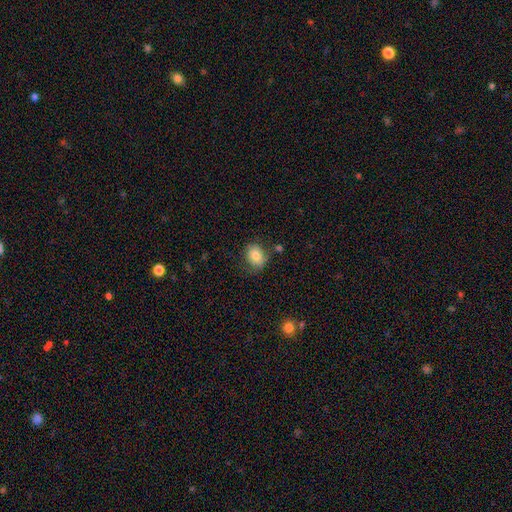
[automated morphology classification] smooth-or-featured: smooth: 78% | featured or disk: 13% | star or artifact: 9%
  how-rounded: in between: 55% | round: 44% | cigar-shaped: 1%
  merging: none: 69% | minor disturbance: 20% | major disturbance: 6% | merger: 4%